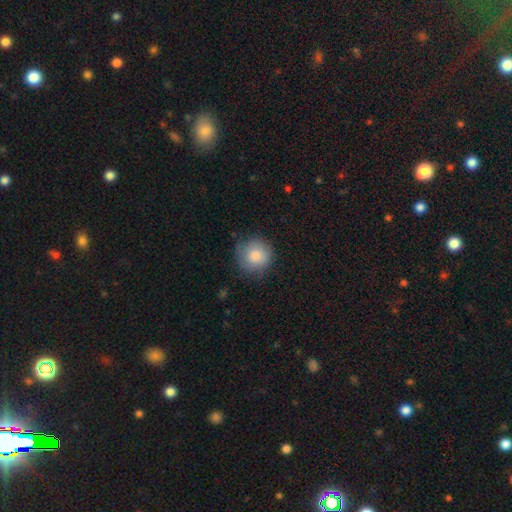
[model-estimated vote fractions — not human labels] A smooth galaxy with no disk features (81%) that is round (93%). Merging: none (76%).